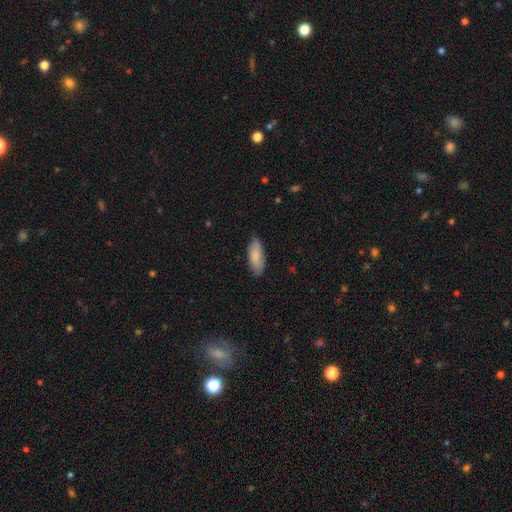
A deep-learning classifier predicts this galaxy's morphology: Overall: smooth (84%). How rounded: in between (79%). Merging: none (80%).